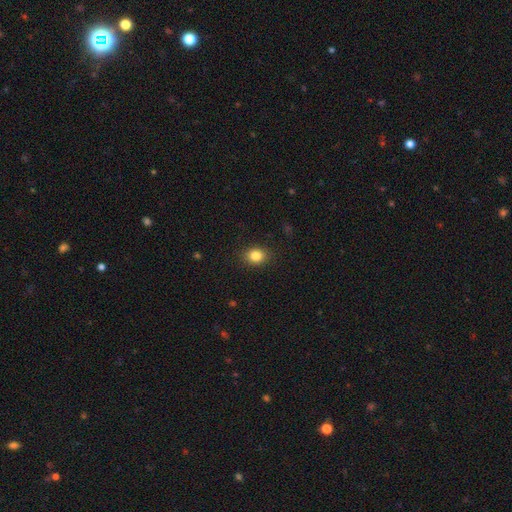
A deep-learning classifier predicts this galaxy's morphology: Overall: smooth (84%). How rounded: round (55%; in between 44%). Merging: none (88%).